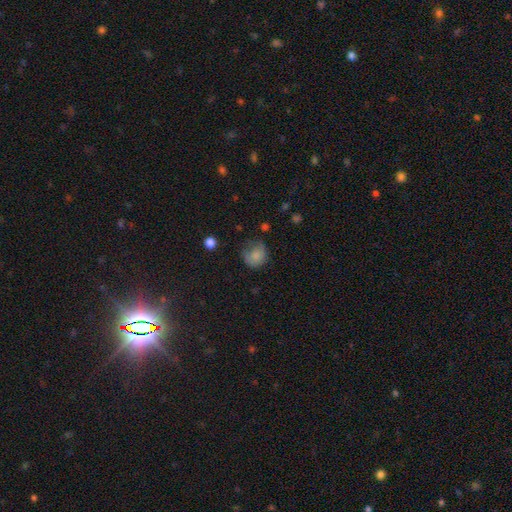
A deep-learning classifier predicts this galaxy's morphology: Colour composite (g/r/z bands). It shows a smooth galaxy with no disk features (76%) that is round (72%). Merging: none (47%).